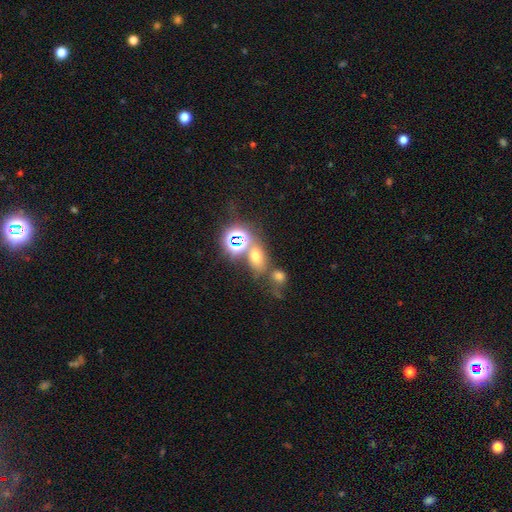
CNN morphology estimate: Smooth or featured? Predicted: star or artifact (p=0.51).